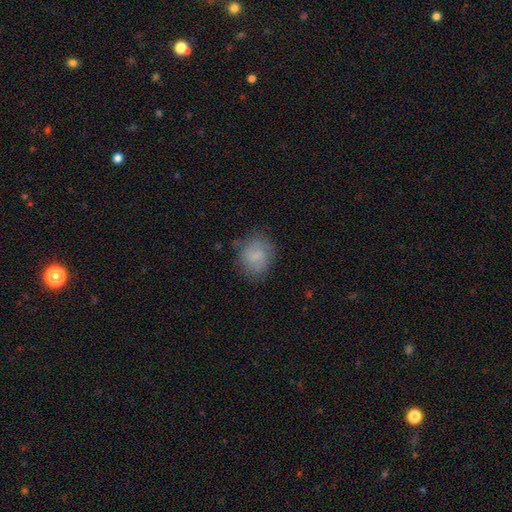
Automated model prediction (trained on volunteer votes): smooth 68%, featured or disk 23%, star or artifact 9%. Down the decision tree: how rounded — round (67%); merging — none (71%).